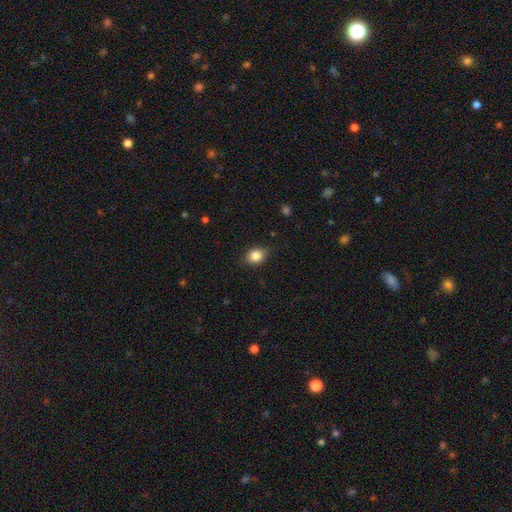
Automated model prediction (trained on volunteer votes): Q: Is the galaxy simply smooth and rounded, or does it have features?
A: smooth — 84%.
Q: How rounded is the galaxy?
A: in between — 53%.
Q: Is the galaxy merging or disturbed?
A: none — 81%.